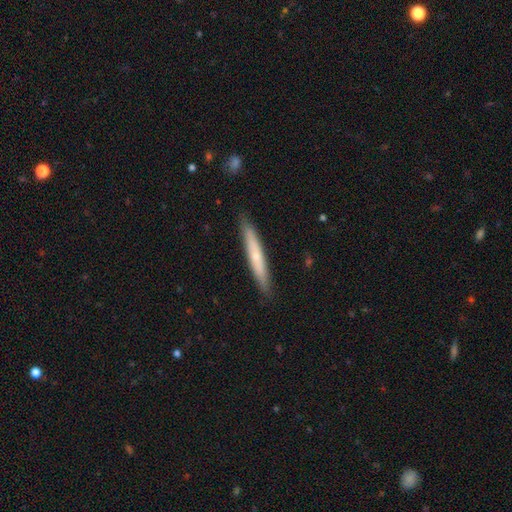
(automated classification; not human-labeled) This is possibly a smooth galaxy (53%). How rounded: clearly cigar-shaped (95%). Merging: clearly none (89%).